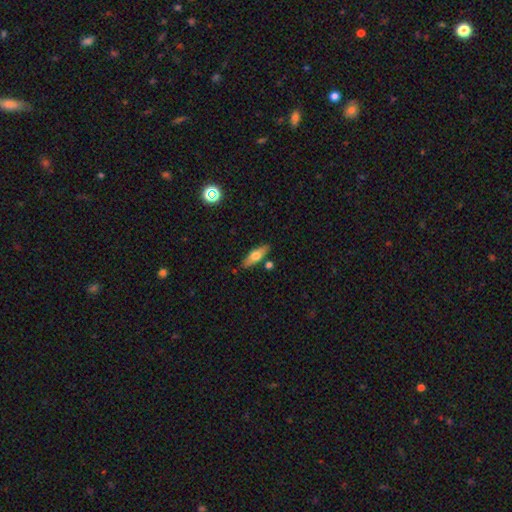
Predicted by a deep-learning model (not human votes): A smooth galaxy with no disk features (55%) that is in between round and cigar-shaped (53%).

Vote fractions:
- Smooth or featured? smooth: 55% / featured or disk: 39% / star or artifact: 6%
- How rounded? in between: 53% / cigar-shaped: 44% / round: 3%
- Merging? none: 82% / minor disturbance: 11% / merger: 5% / major disturbance: 2%